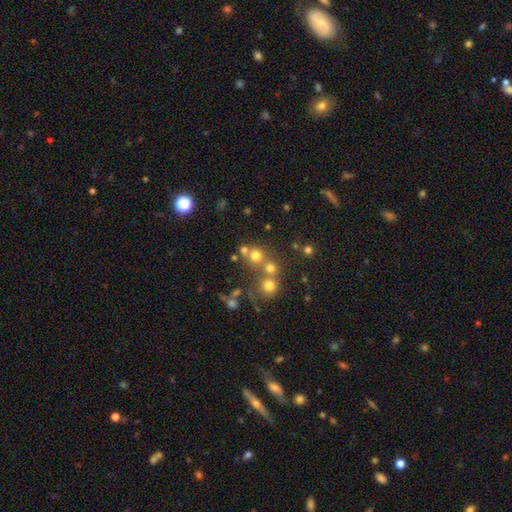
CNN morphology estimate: Smooth or featured: smooth — 69% (star or artifact — 20%)
How rounded: round — 90% (in between — 9%)
Merging: none — 59% (merger — 30%)